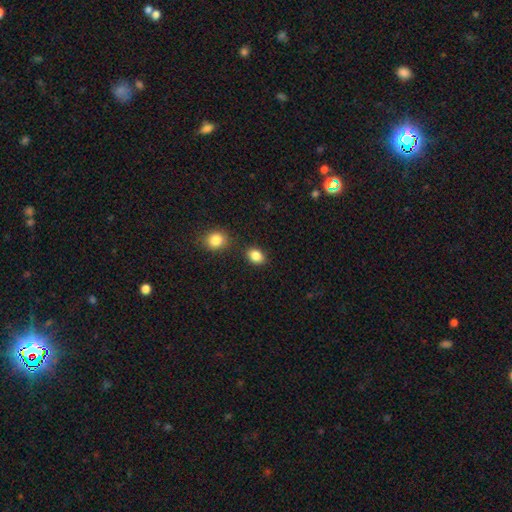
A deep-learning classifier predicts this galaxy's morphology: Smooth or featured? Predicted: smooth (p=0.86). How rounded? Predicted: in between (p=0.66). Merging? Predicted: none (p=0.80).